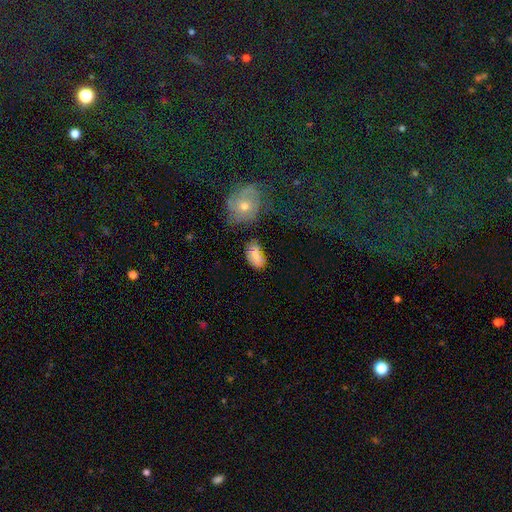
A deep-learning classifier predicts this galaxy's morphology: Overall: smooth (73%). How rounded: in between (90%). Merging: none (51%; minor disturbance 28%).